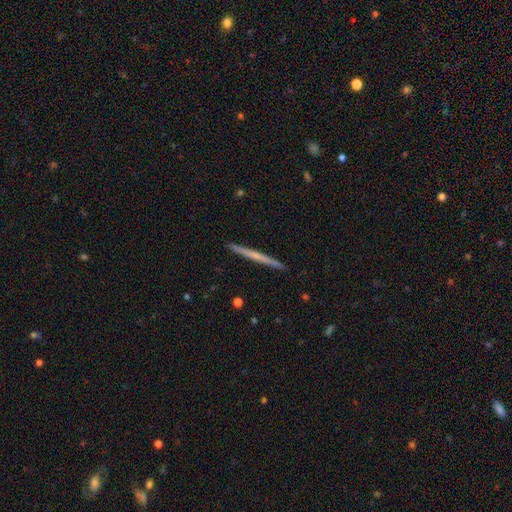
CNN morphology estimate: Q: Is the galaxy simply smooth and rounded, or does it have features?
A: featured or disk — 56%.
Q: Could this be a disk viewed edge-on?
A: yes — 98%.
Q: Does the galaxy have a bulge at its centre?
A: none — 72%.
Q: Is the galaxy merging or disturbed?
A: none — 93%.